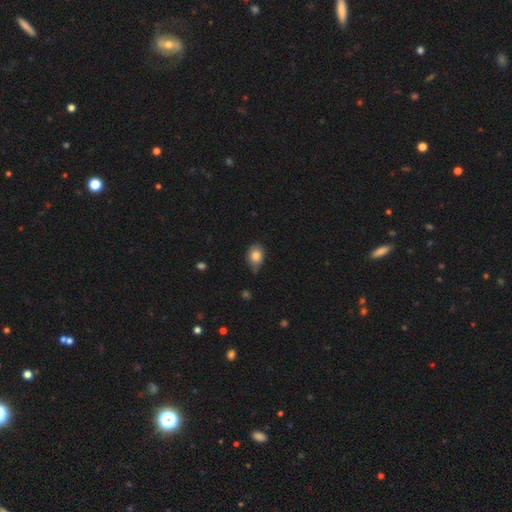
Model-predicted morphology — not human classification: Overall: smooth (82%). How rounded: in between (65%; round 34%). Merging: none (62%; minor disturbance 31%).